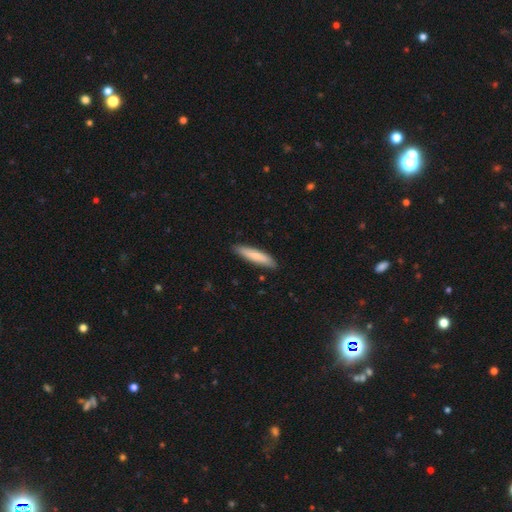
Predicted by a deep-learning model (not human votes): smooth 79%, featured or disk 16%, star or artifact 5%. Down the decision tree: how rounded — cigar-shaped (82%); merging — none (87%).